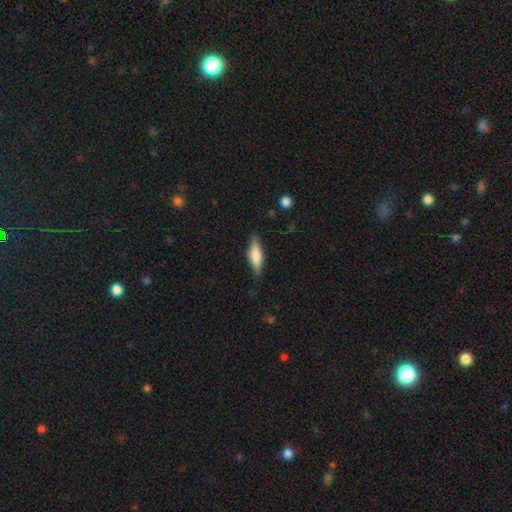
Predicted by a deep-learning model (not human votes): A smooth galaxy with no disk features (68%) that is in between round and cigar-shaped (50%). Merging: none (79%).